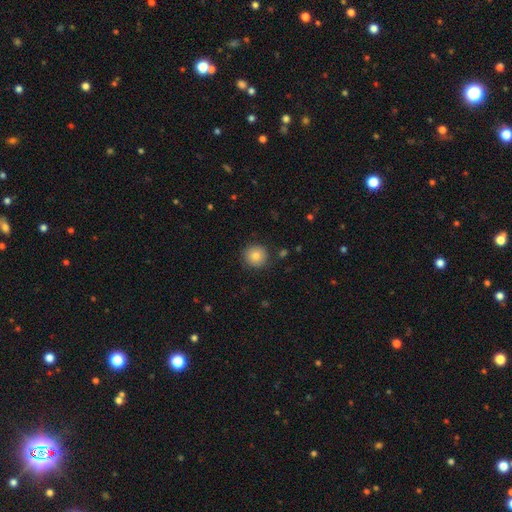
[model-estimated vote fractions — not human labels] Smooth or featured: smooth — 81% (star or artifact — 10%)
How rounded: round — 94% (in between — 5%)
Merging: none — 88% (minor disturbance — 8%)